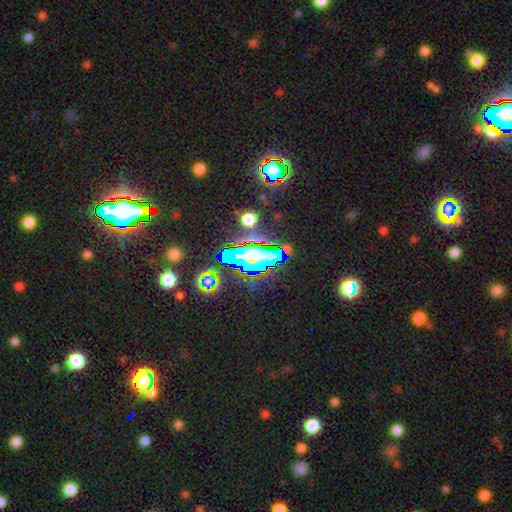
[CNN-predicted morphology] smooth-or-featured: star or artifact: 66% | smooth: 20% | featured or disk: 14%